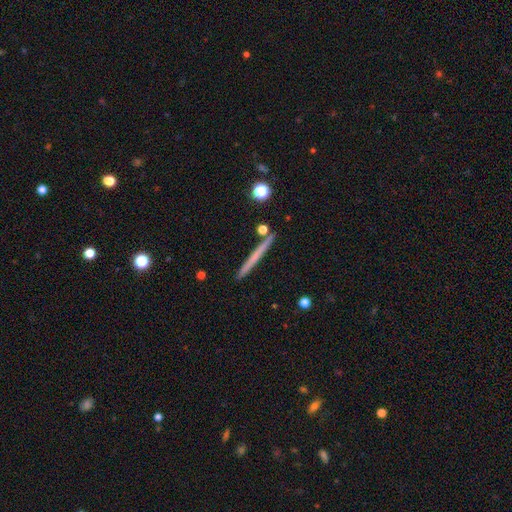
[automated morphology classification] The model was most divided on "smooth or featured": smooth: 48%, featured or disk: 46%, star or artifact: 6%. More confident: merging — none (90%).